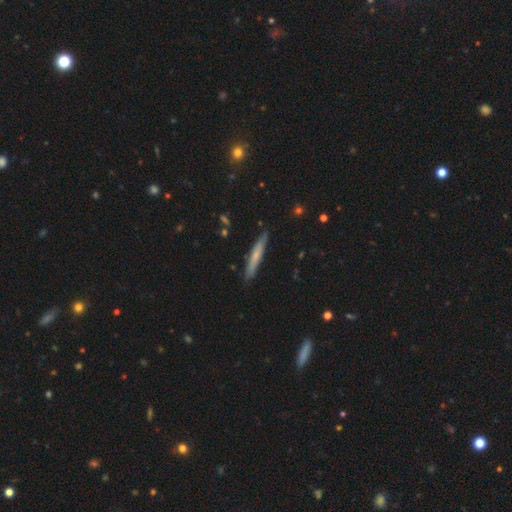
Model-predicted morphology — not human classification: Smooth or featured? smooth (58%)
How rounded? cigar-shaped (95%)
Merging? none (88%)